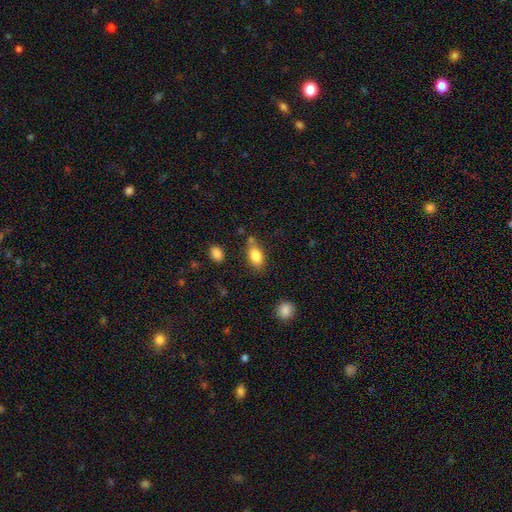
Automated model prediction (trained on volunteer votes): smooth_or_featured: smooth (p=0.84) [alt: star or artifact p=0.08]
how_rounded: in between (p=0.87) [alt: round p=0.09]
merging: none (p=0.68) [alt: minor disturbance p=0.18]